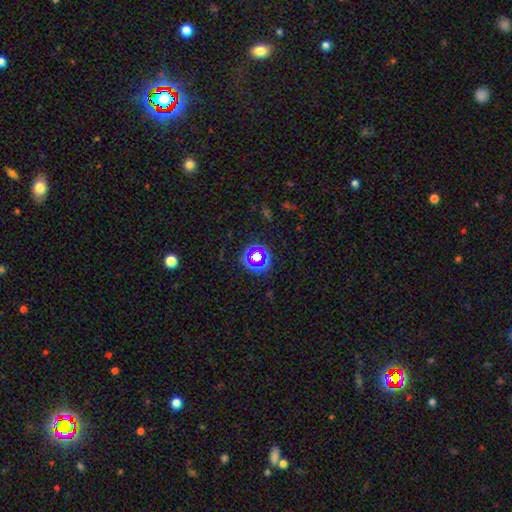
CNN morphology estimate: Q: Smooth or featured?
A: star or artifact (52%); runner-up: smooth (34%)